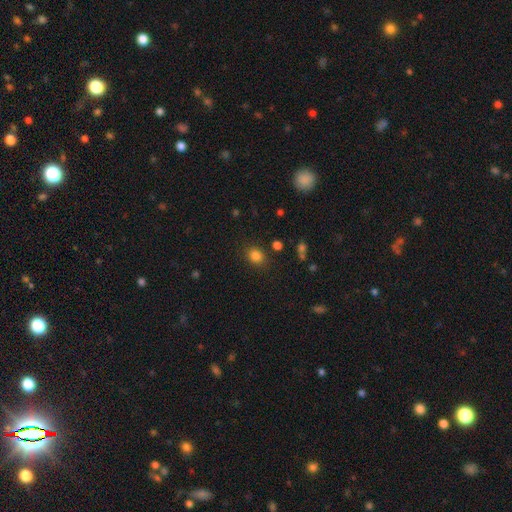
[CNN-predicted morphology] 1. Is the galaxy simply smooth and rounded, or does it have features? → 82% smooth, 13% star or artifact, 5% featured or disk.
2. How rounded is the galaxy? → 51% round, 48% in between, 1% cigar-shaped.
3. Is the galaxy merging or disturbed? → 83% none, 11% minor disturbance, 4% major disturbance, 3% merger.